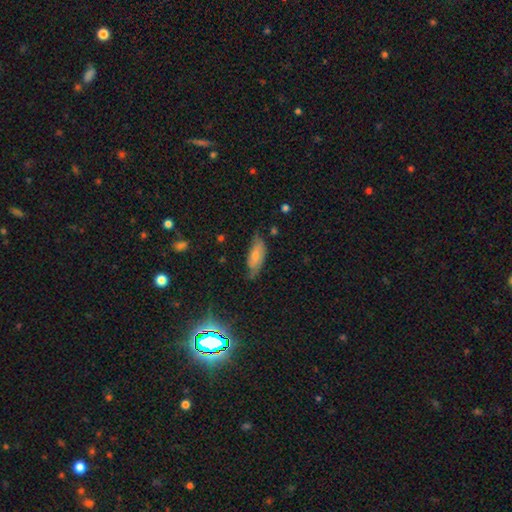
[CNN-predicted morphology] smooth_or_featured: smooth (p=0.60) [alt: featured or disk p=0.32]
how_rounded: in between (p=0.80) [alt: cigar-shaped p=0.17]
merging: none (p=0.54) [alt: minor disturbance p=0.34]